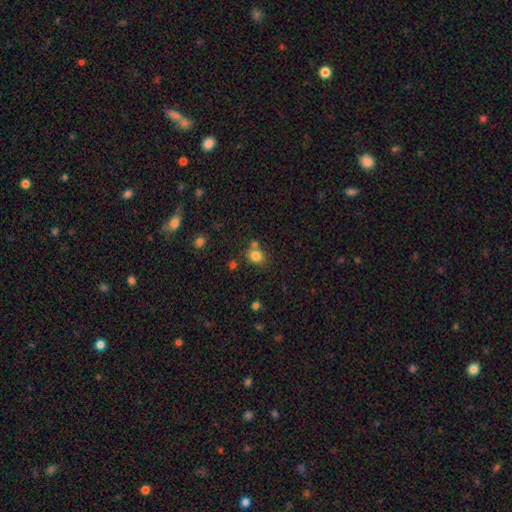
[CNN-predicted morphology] smooth 81%, star or artifact 12%, featured or disk 7%. Down the decision tree: how rounded — round (69%); merging — none (66%).